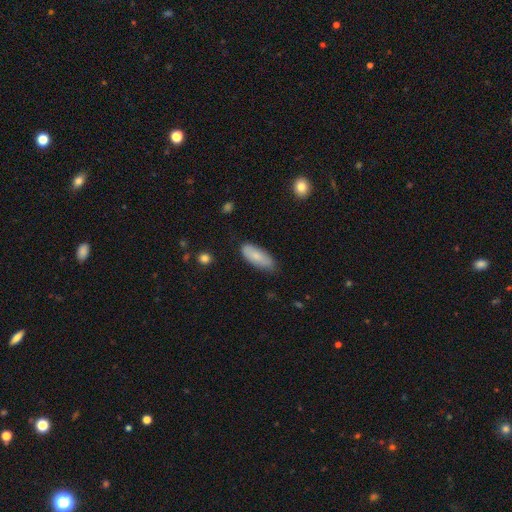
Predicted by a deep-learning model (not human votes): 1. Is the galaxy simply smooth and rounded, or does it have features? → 80% smooth, 14% featured or disk, 6% star or artifact.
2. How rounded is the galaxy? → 74% in between, 24% cigar-shaped, 2% round.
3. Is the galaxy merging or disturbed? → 75% none, 20% minor disturbance, 3% major disturbance, 1% merger.